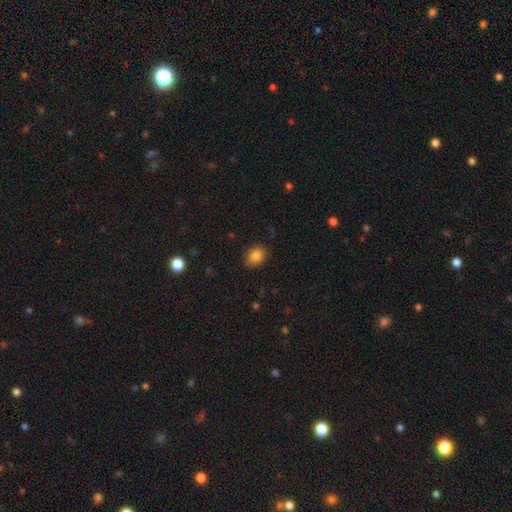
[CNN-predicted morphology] smooth_or_featured: smooth (p=0.85) [alt: star or artifact p=0.10]
how_rounded: in between (p=0.57) [alt: round p=0.42]
merging: none (p=0.85) [alt: minor disturbance p=0.11]